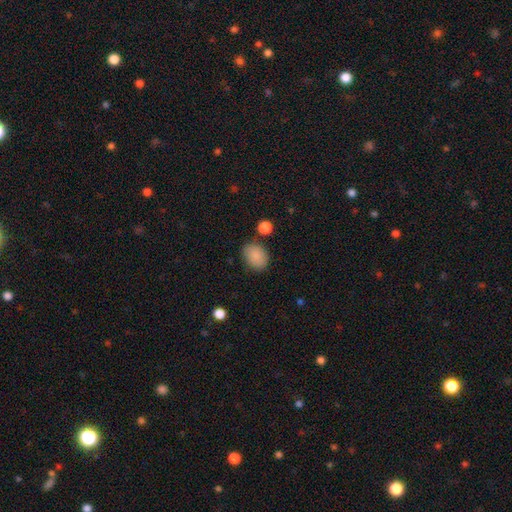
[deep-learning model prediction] smooth 87%, star or artifact 8%, featured or disk 5%. Down the decision tree: how rounded — in between (74%); merging — none (79%).